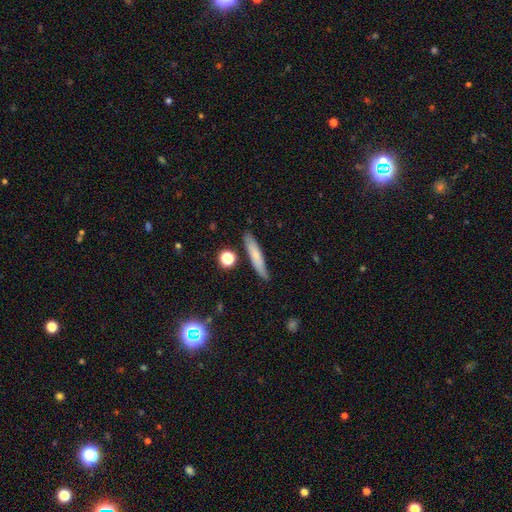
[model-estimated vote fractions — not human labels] Smooth or featured?
  - smooth: 66% *
  - featured or disk: 26%
  - star or artifact: 8%
How rounded?
  - cigar-shaped: 88% *
  - in between: 10%
  - round: 2%
Merging?
  - none: 82% *
  - minor disturbance: 12%
  - merger: 3%
  - major disturbance: 2%